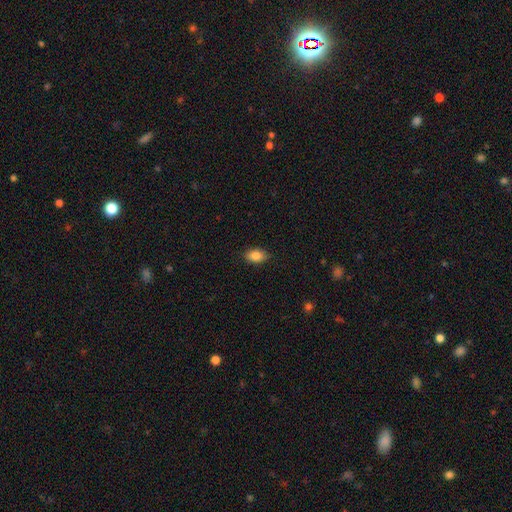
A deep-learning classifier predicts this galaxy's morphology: Smooth or featured?
  - smooth: 86% *
  - star or artifact: 8%
  - featured or disk: 6%
How rounded?
  - in between: 85% *
  - round: 13%
  - cigar-shaped: 2%
Merging?
  - none: 84% *
  - minor disturbance: 12%
  - major disturbance: 2%
  - merger: 1%